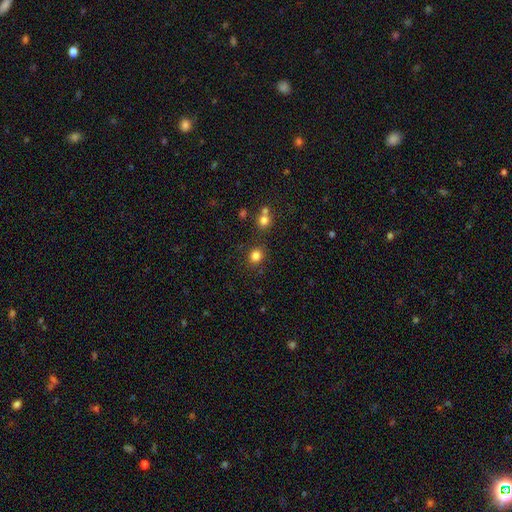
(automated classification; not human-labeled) A smooth galaxy with no disk features (82%) that is round (78%). Merging: none (83%).